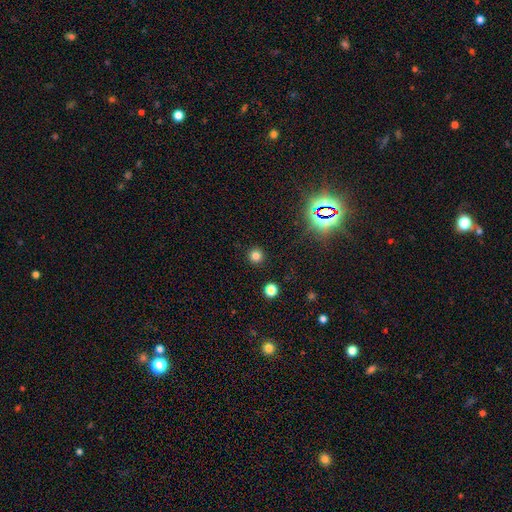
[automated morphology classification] The model was most divided on "smooth or featured": smooth: 79%, star or artifact: 17%, featured or disk: 4%. More confident: how rounded — round (96%); merging — none (92%).